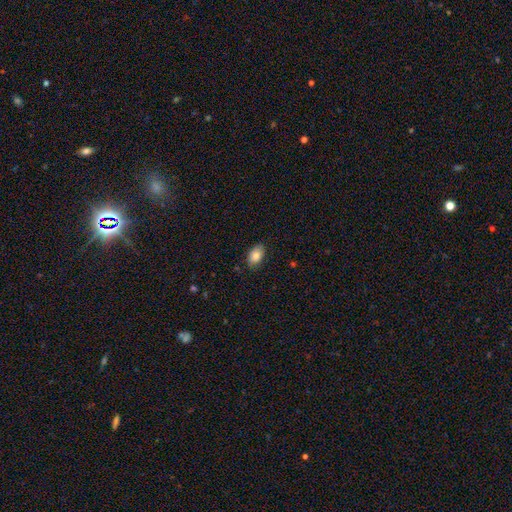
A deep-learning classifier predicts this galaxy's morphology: The model was most divided on "merging": none: 82%, minor disturbance: 14%, major disturbance: 2%, merger: 1%. More confident: how rounded — in between (92%); smooth or featured — smooth (83%).